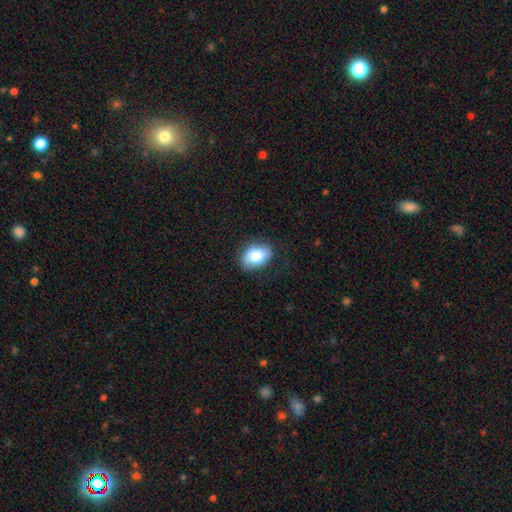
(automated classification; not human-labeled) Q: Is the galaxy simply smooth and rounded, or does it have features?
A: smooth — 79%.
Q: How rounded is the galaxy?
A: in between — 73%.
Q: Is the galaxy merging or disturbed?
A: none — 79%.